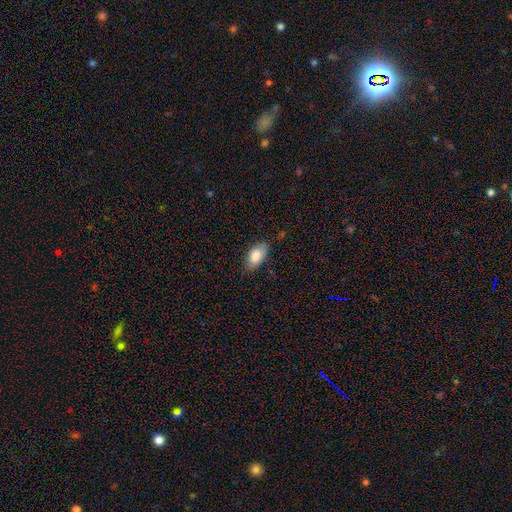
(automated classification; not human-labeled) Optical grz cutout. It shows a smooth galaxy with no disk features (85%) that is in between round and cigar-shaped (92%). Merging: none (76%).